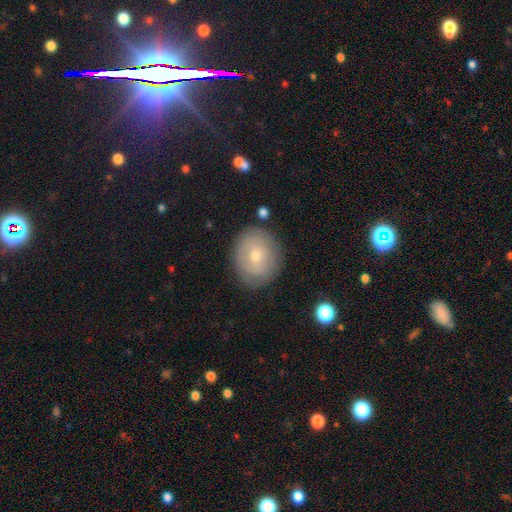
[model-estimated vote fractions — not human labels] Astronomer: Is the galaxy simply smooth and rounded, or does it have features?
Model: smooth — 53% (runner-up: featured or disk, 38%).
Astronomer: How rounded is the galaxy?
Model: round — 72%.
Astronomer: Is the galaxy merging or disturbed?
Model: none — 82%.